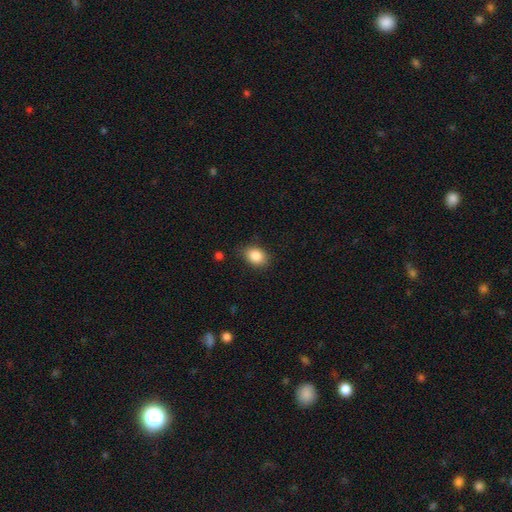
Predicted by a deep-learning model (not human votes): Smooth or featured? smooth (85%)
How rounded? in between (66%)
Merging? none (82%)